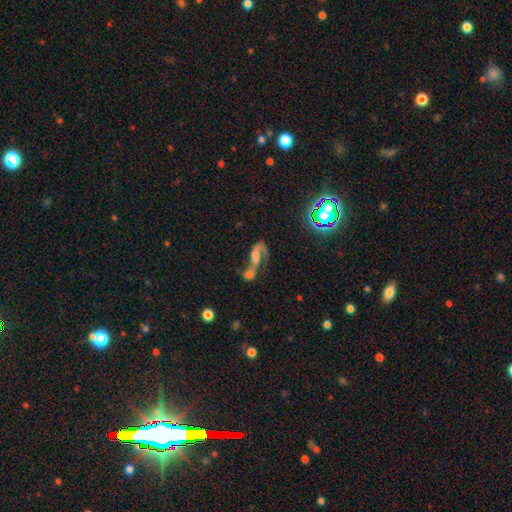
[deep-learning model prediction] A featured or disk galaxy (63%) with no bar (54%), spiral arms (77%) and a moderate central bulge (31%). Merging: merger (65%).